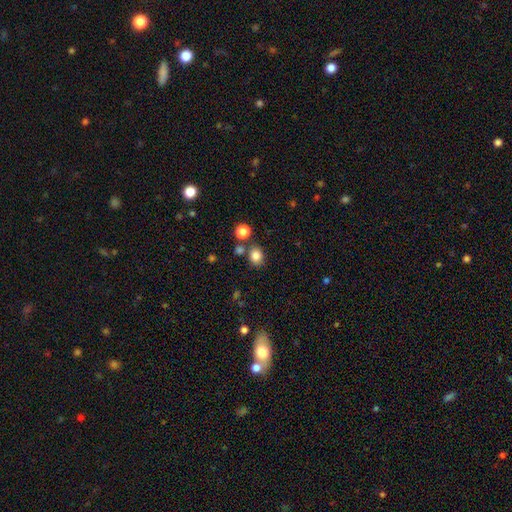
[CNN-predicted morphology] This is clearly a smooth galaxy (82%). How rounded: likely round (64%). Merging: likely none (75%).